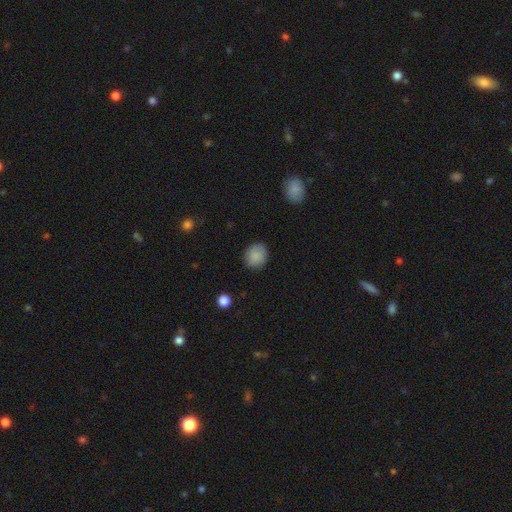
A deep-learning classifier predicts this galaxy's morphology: Q: Smooth or featured?
A: smooth (85%); runner-up: star or artifact (8%)
Q: How rounded?
A: round (70%); runner-up: in between (29%)
Q: Merging?
A: none (84%); runner-up: minor disturbance (12%)